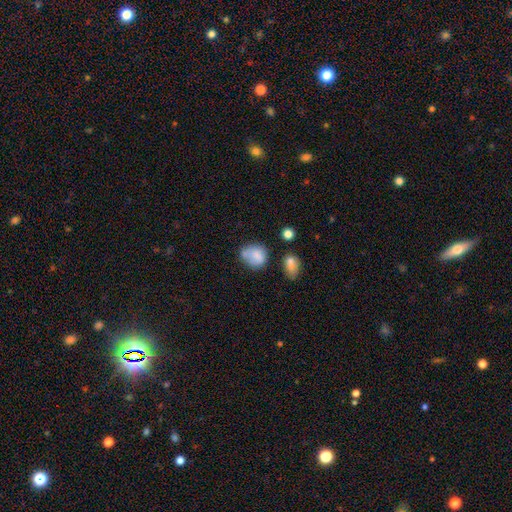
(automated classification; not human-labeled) smooth 75%, featured or disk 15%, star or artifact 10%. Down the decision tree: how rounded — round (56%); merging — none (46%).